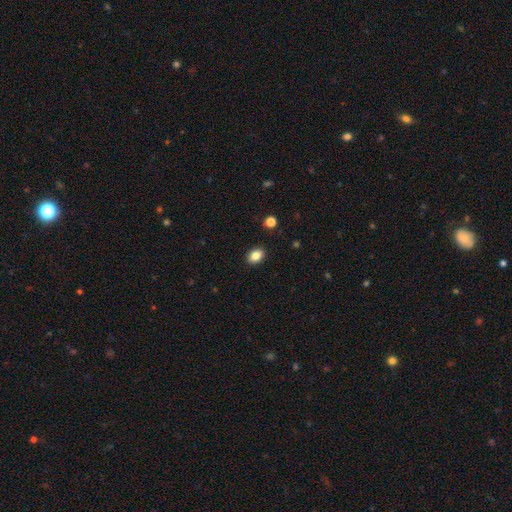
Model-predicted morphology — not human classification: This is clearly a smooth galaxy (84%). How rounded: likely in between (77%). Merging: clearly none (90%).